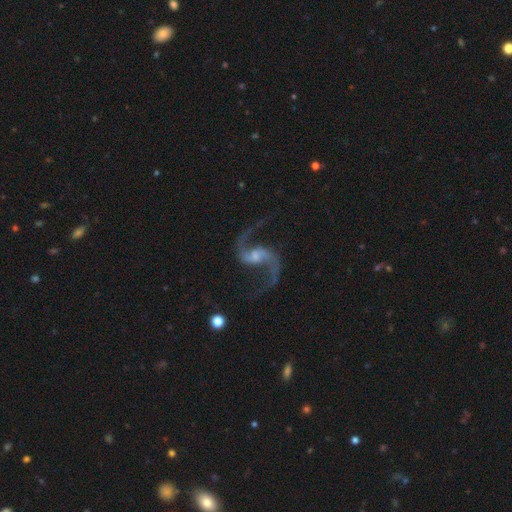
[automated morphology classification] A featured or disk galaxy (93%) with a weak bar (47%), 2 (95%) loose (71%) spiral arms (98%) and a small central bulge (48%).

Vote fractions:
- Smooth or featured? featured or disk: 93% / star or artifact: 5% / smooth: 3%
- Edge-on disk? no: 98% / yes: 2%
- Bar? weak: 47% / no: 36% / strong: 17%
- Spiral arms? yes: 98% / no: 2%
- Spiral winding? loose: 71% / medium: 25% / tight: 4%
- Spiral arm count? 2: 95% / 1: 1% / can't tell: 1% / 3: 1% / 4: 1% / more than 4: 1%
- Bulge size? small: 48% / moderate: 35% / none: 12% / large: 5% / dominant: 1%
- Merging? none: 79% / minor disturbance: 11% / major disturbance: 7% / merger: 2%